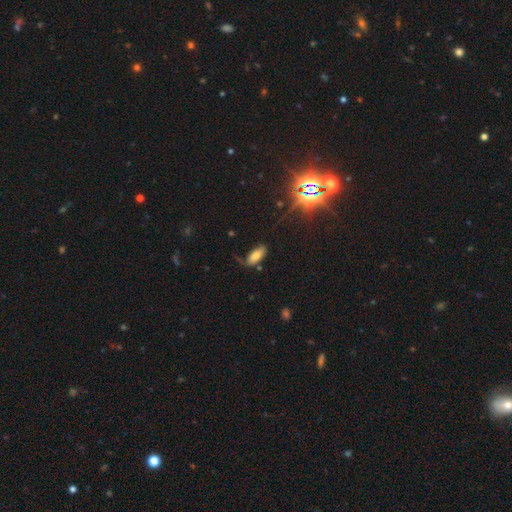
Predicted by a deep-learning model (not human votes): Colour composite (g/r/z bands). It shows a smooth galaxy with no disk features (72%) that is in between round and cigar-shaped (85%). Merging: none (60%).